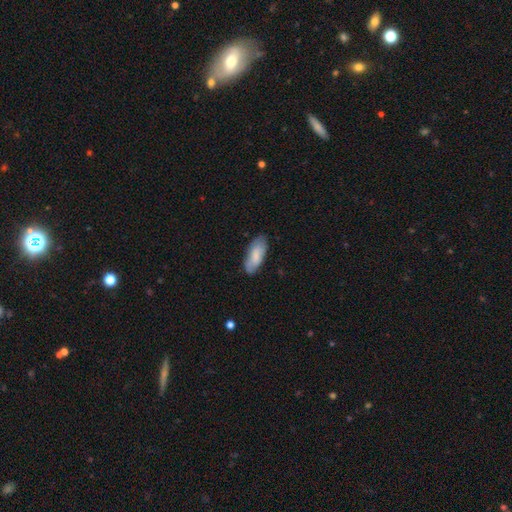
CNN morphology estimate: smooth 78%, featured or disk 16%, star or artifact 6%. Down the decision tree: how rounded — in between (83%); merging — none (76%).